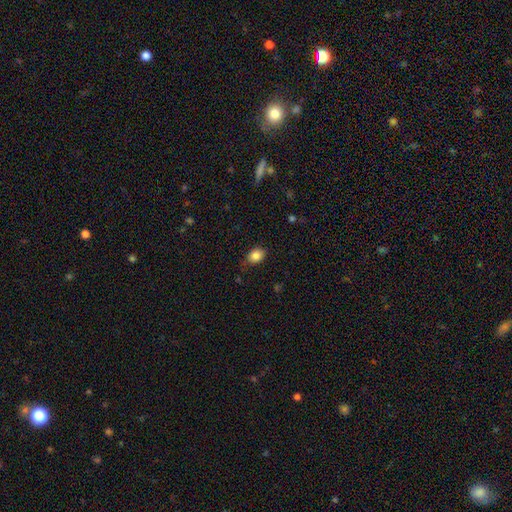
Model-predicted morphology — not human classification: smooth_or_featured: smooth (p=0.86) [alt: star or artifact p=0.09]
how_rounded: in between (p=0.68) [alt: round p=0.31]
merging: none (p=0.75) [alt: minor disturbance p=0.20]